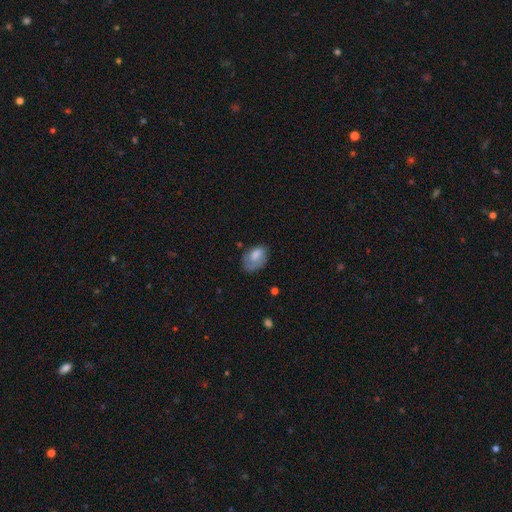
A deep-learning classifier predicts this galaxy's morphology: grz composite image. It shows a smooth galaxy with no disk features (70%) that is in between round and cigar-shaped (84%). Merging: none (46%).